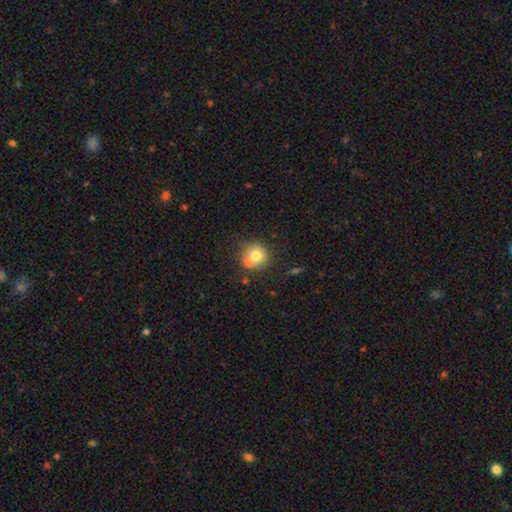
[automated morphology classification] smooth 75%, featured or disk 15%, star or artifact 10%. Down the decision tree: how rounded — round (88%); merging — none (61%).